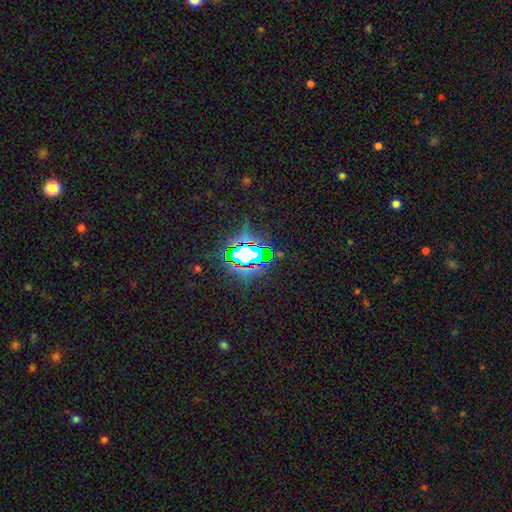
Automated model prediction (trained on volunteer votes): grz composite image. It shows a star or artifact, not a galaxy (74%).